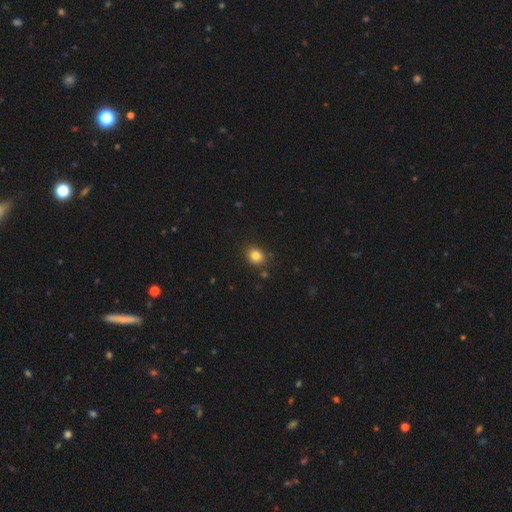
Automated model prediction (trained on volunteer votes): Smooth or featured: smooth — 83% (star or artifact — 11%)
How rounded: round — 69% (in between — 31%)
Merging: none — 84% (minor disturbance — 11%)